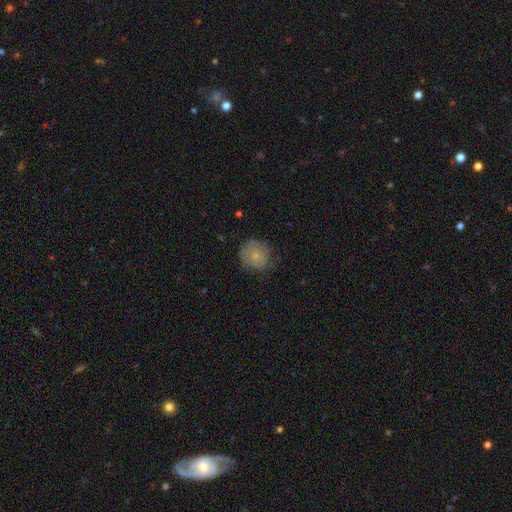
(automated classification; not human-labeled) Smooth or featured?
  - smooth: 67% *
  - featured or disk: 24%
  - star or artifact: 8%
How rounded?
  - round: 87% *
  - in between: 12%
  - cigar-shaped: 1%
Merging?
  - none: 64% *
  - minor disturbance: 26%
  - major disturbance: 9%
  - merger: 1%